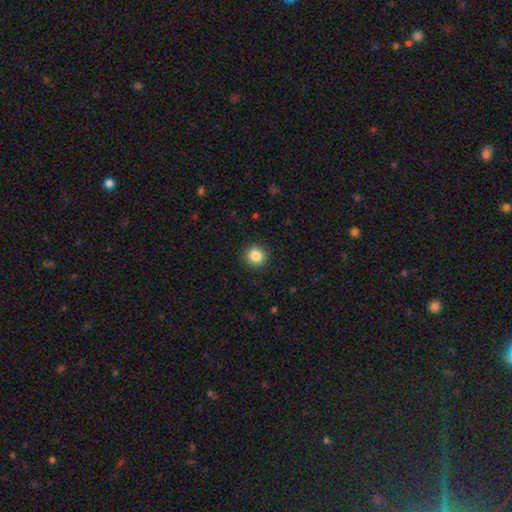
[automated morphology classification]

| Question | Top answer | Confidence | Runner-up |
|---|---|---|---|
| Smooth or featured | smooth | 85% | star or artifact (10%) |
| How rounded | round | 94% | in between (5%) |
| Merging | none | 92% | minor disturbance (5%) |